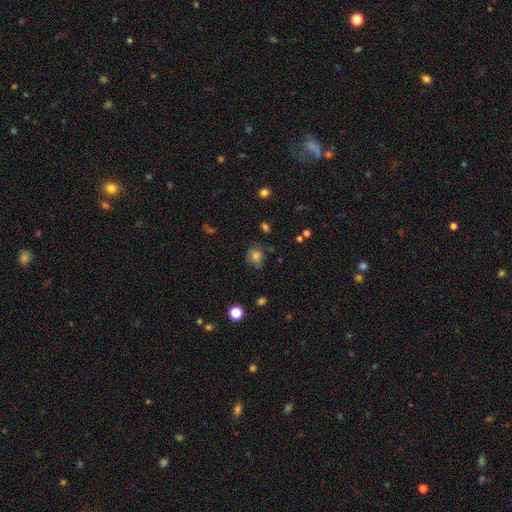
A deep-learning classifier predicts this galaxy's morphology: The model was most divided on "how rounded": round: 71%, in between: 28%, cigar-shaped: 1%. More confident: smooth or featured — smooth (77%); merging — none (67%).